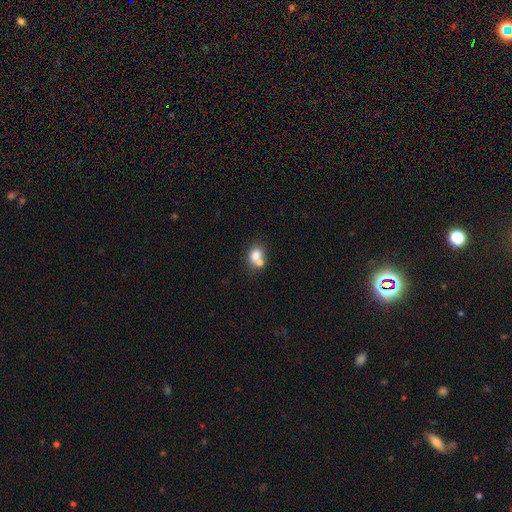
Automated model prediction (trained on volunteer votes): Smooth or featured? smooth (75%)
How rounded? in between (50%)
Merging? merger (47%)